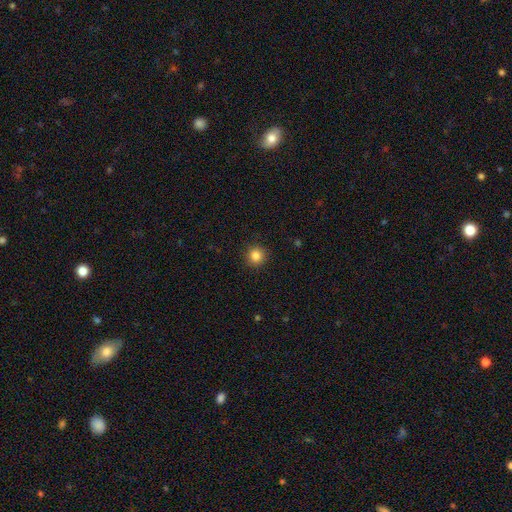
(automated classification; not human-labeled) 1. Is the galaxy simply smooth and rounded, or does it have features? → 84% smooth, 12% star or artifact, 5% featured or disk.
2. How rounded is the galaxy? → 95% round, 4% in between, 1% cigar-shaped.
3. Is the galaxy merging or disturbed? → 92% none, 5% minor disturbance, 2% major disturbance, 1% merger.